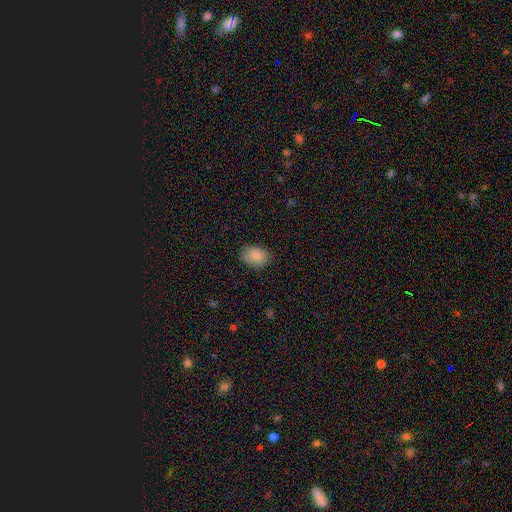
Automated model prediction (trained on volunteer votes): A smooth galaxy with no disk features (85%) that is in between round and cigar-shaped (76%). Merging: none (80%).